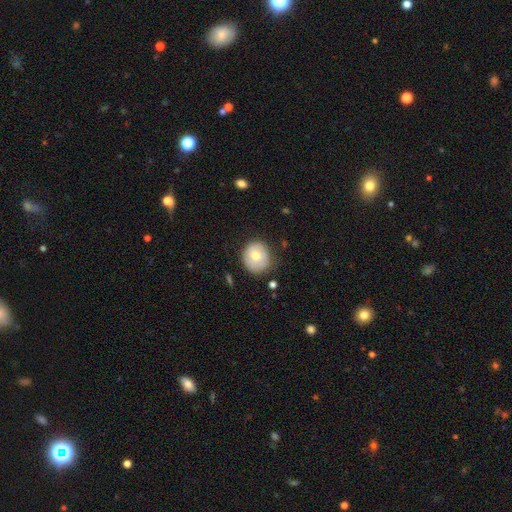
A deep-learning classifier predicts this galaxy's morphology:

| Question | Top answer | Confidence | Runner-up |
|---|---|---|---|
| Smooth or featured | smooth | 64% | featured or disk (29%) |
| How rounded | round | 80% | in between (19%) |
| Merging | none | 73% | minor disturbance (20%) |